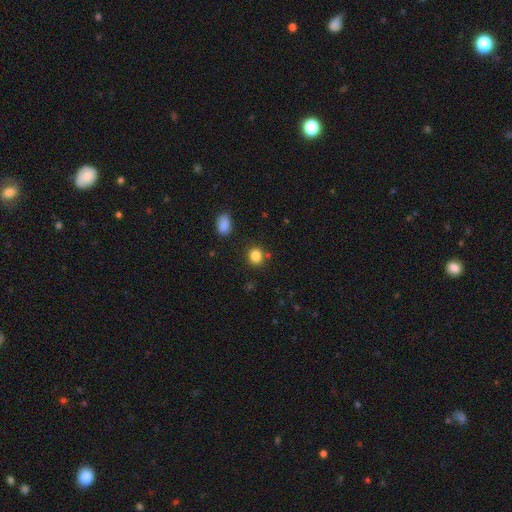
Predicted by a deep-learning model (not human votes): smooth 85%, star or artifact 11%, featured or disk 4%. Down the decision tree: how rounded — round (74%); merging — none (82%).